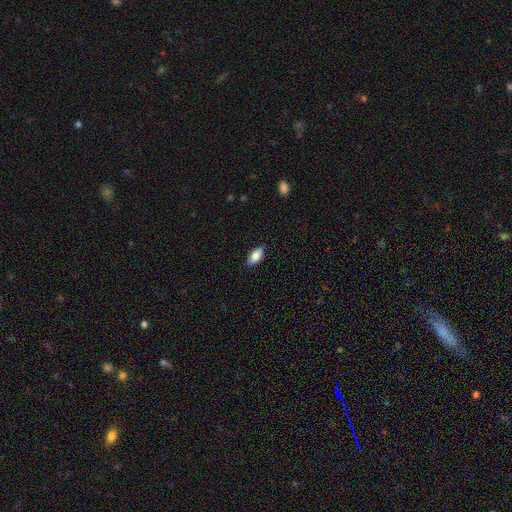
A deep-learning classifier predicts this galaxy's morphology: A smooth galaxy with no disk features (86%) that is in between round and cigar-shaped (89%).

Vote fractions:
- Smooth or featured? smooth: 86% / featured or disk: 8% / star or artifact: 6%
- How rounded? in between: 89% / cigar-shaped: 9% / round: 3%
- Merging? none: 86% / minor disturbance: 11% / major disturbance: 2% / merger: 1%